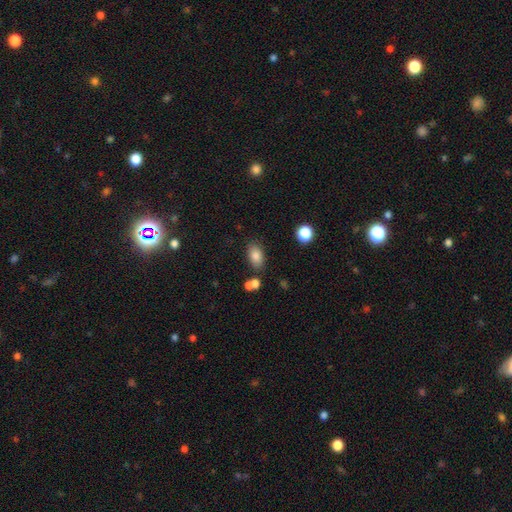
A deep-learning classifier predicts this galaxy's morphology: Smooth or featured: smooth — 83% (star or artifact — 9%)
How rounded: in between — 89% (round — 8%)
Merging: none — 75% (minor disturbance — 13%)